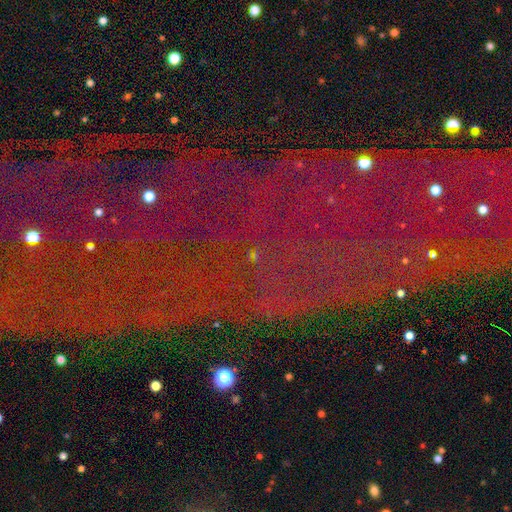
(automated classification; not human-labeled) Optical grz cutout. It shows a star or artifact, not a galaxy (82%).